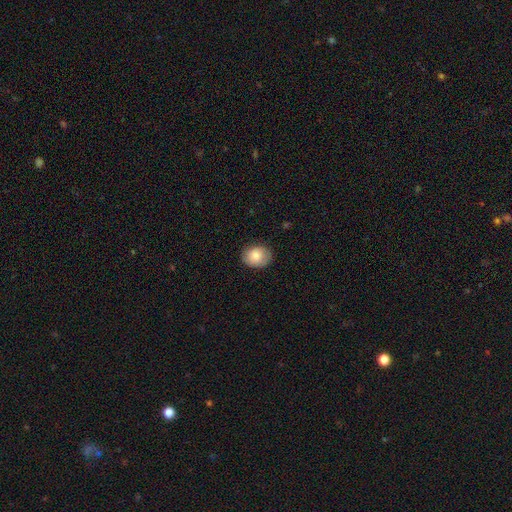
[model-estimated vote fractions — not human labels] Smooth or featured? smooth (80%)
How rounded? round (55%)
Merging? none (81%)